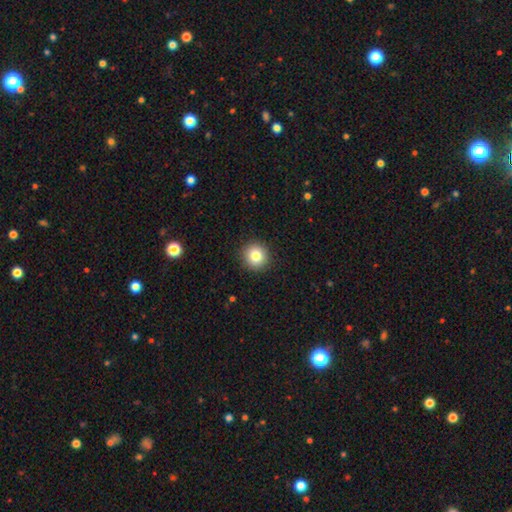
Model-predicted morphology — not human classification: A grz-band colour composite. It shows a smooth galaxy with no disk features (82%) that is round (94%). Merging: none (92%).